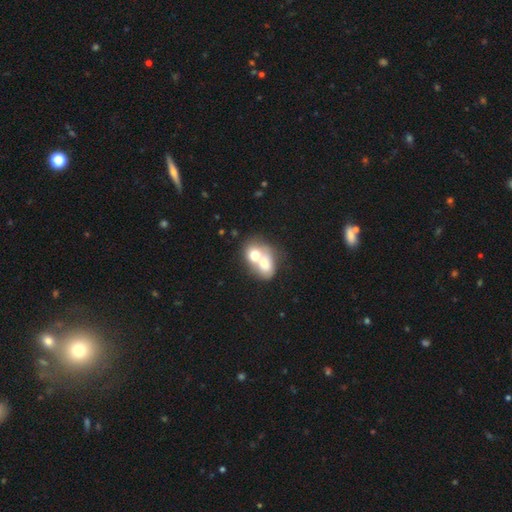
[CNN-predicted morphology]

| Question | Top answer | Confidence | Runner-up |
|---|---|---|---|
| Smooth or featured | smooth | 64% | featured or disk (28%) |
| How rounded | in between | 56% | round (42%) |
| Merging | merger | 79% | none (12%) |